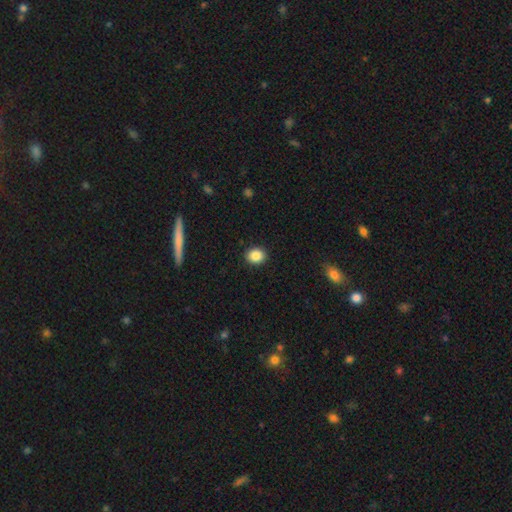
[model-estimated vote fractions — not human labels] Smooth or featured?
  - smooth: 87% *
  - star or artifact: 9%
  - featured or disk: 4%
How rounded?
  - round: 65% *
  - in between: 34%
  - cigar-shaped: 1%
Merging?
  - none: 91% *
  - minor disturbance: 6%
  - major disturbance: 2%
  - merger: 1%